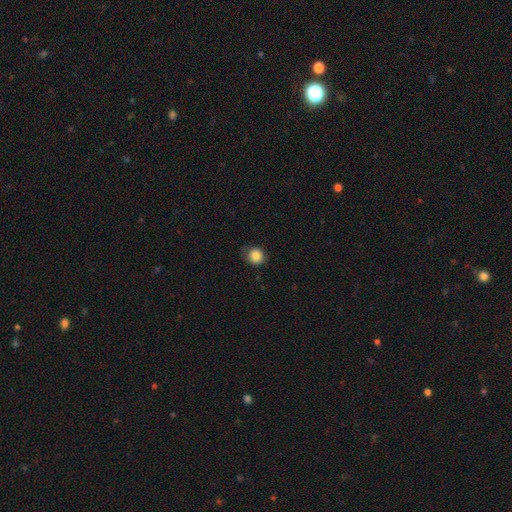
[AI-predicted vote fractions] A smooth galaxy with no disk features (84%) that is round (84%). Merging: none (75%).